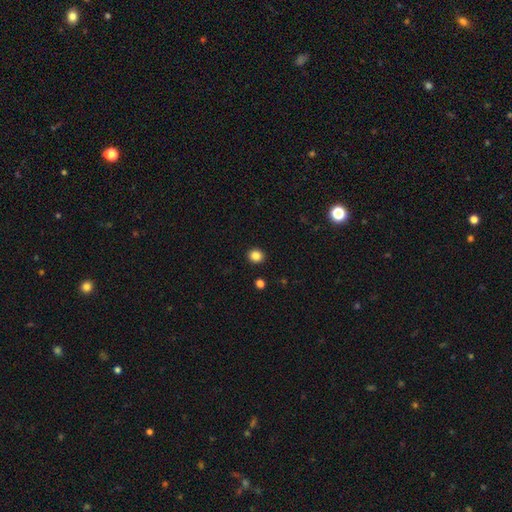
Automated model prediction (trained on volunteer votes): smooth_or_featured: smooth (p=0.85) [alt: star or artifact p=0.11]
how_rounded: round (p=0.80) [alt: in between p=0.19]
merging: none (p=0.92) [alt: minor disturbance p=0.05]